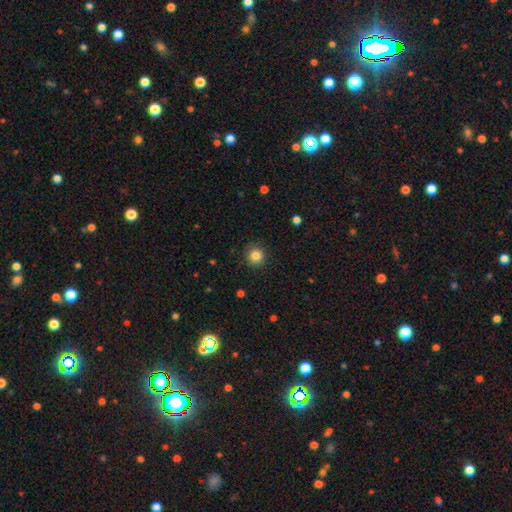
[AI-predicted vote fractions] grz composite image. It shows a smooth galaxy with no disk features (84%) that is round (94%). Merging: none (89%).